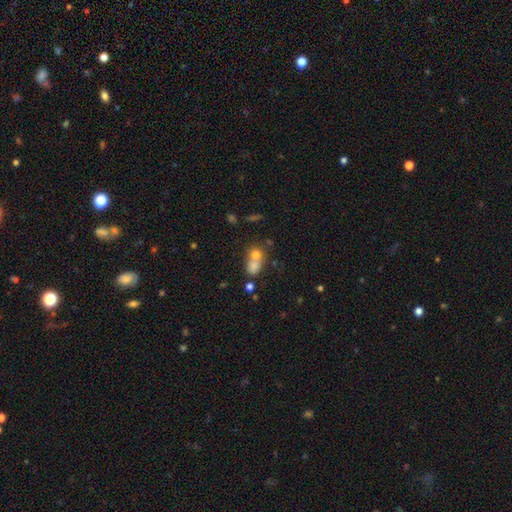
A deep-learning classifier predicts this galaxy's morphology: Q: Smooth or featured?
A: smooth (71%); runner-up: featured or disk (17%)
Q: How rounded?
A: round (65%); runner-up: in between (33%)
Q: Merging?
A: merger (63%); runner-up: none (26%)